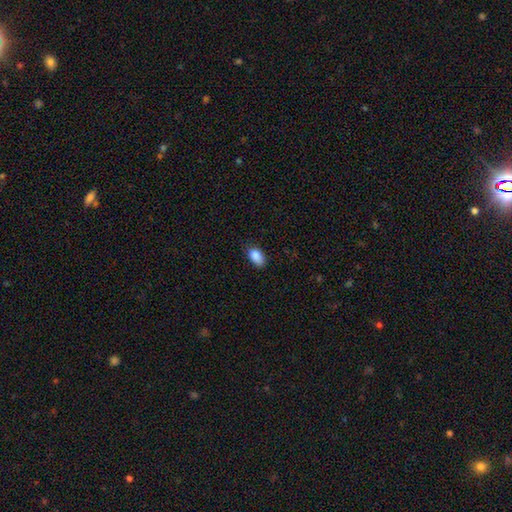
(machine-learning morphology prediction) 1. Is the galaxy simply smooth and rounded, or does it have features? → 88% smooth, 8% star or artifact, 4% featured or disk.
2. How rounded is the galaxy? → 92% in between, 6% round, 2% cigar-shaped.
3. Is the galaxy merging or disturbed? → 78% none, 18% minor disturbance, 3% major disturbance, 1% merger.